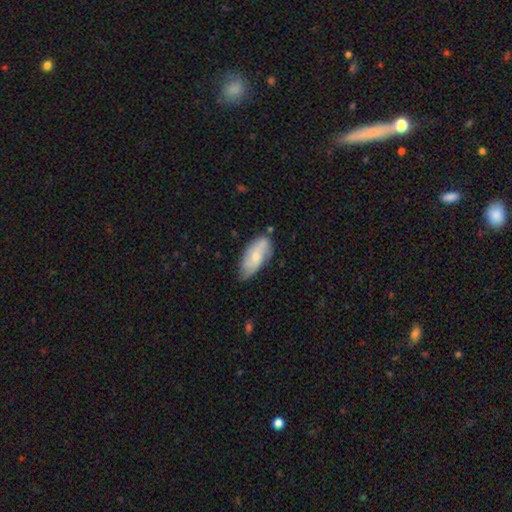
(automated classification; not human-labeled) smooth-or-featured: featured or disk: 50% | smooth: 44% | star or artifact: 6%
  disk-edge-on: no: 91% | yes: 9%
  merging: none: 66% | minor disturbance: 27% | major disturbance: 5% | merger: 2%